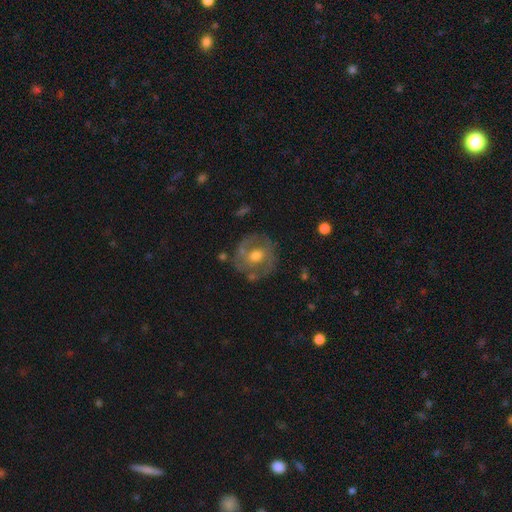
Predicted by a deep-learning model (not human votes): smooth-or-featured: featured or disk: 66% | smooth: 27% | star or artifact: 8%
  disk-edge-on: no: 96% | yes: 4%
    bar: no: 59% | weak: 32% | strong: 9%
    has-spiral-arms: yes: 59% | no: 41%
    bulge-size: moderate: 73% | small: 13% | large: 12% | none: 2% | dominant: 1%
  merging: none: 78% | minor disturbance: 14% | major disturbance: 6% | merger: 2%